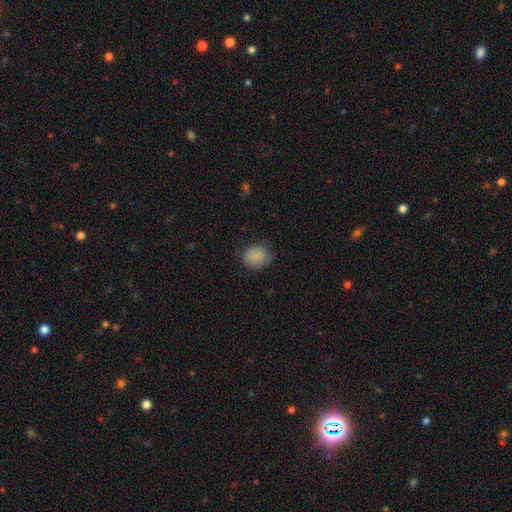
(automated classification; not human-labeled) Q: Smooth or featured?
A: smooth (86%); runner-up: star or artifact (8%)
Q: How rounded?
A: round (73%); runner-up: in between (26%)
Q: Merging?
A: none (80%); runner-up: minor disturbance (15%)